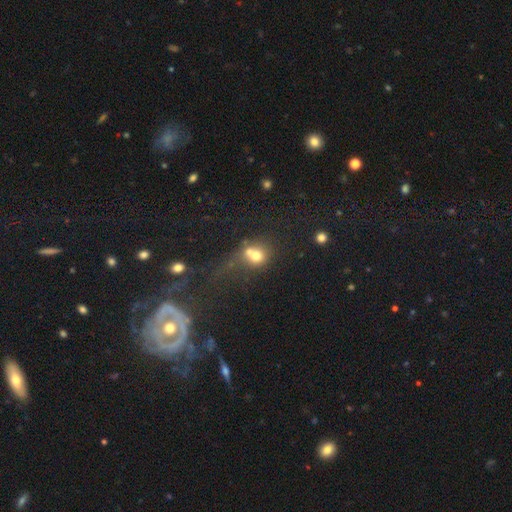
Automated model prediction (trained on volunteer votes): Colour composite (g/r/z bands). It shows a smooth galaxy with no disk features (65%) that is round (74%). Merging: merger (57%).